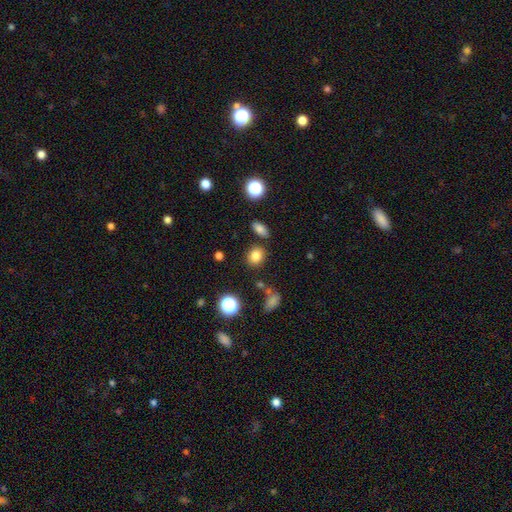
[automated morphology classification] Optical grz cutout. It shows a smooth galaxy with no disk features (80%) that is round (61%). Merging: none (79%).